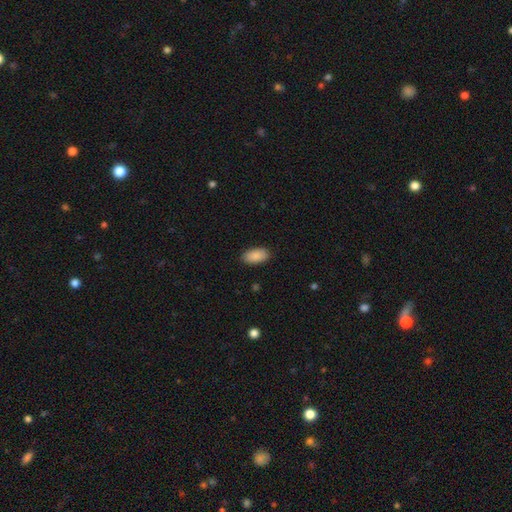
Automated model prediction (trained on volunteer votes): This is clearly a smooth galaxy (89%). How rounded: clearly in between (94%). Merging: clearly none (89%).